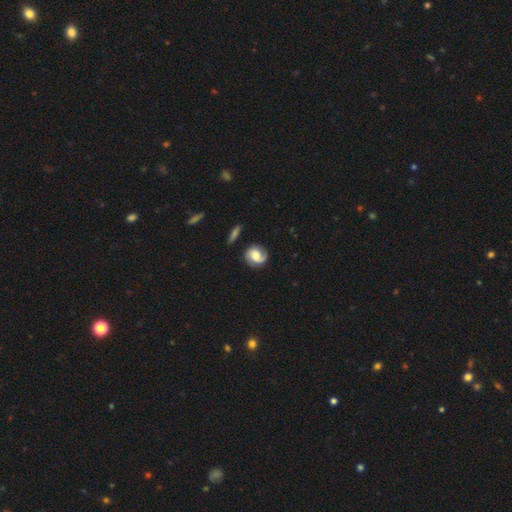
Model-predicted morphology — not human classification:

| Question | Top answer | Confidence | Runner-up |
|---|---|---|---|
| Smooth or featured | featured or disk | 60% | smooth (33%) |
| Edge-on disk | no | 97% | yes (3%) |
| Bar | no | 50% | weak (40%) |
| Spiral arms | yes | 93% | no (7%) |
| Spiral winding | medium | 42% | tight (32%) |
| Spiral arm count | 2 | 75% | 1 (15%) |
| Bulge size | moderate | 49% | large (24%) |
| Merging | none | 78% | minor disturbance (15%) |